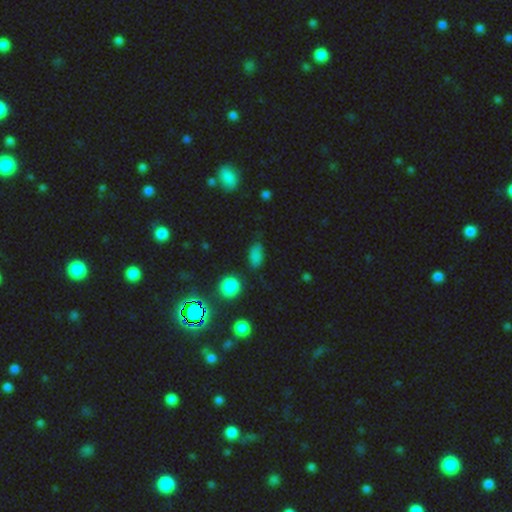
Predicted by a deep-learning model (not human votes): smooth-or-featured: smooth: 74% | star or artifact: 20% | featured or disk: 7%
  how-rounded: in between: 84% | round: 11% | cigar-shaped: 5%
  merging: none: 71% | minor disturbance: 20% | major disturbance: 6% | merger: 4%